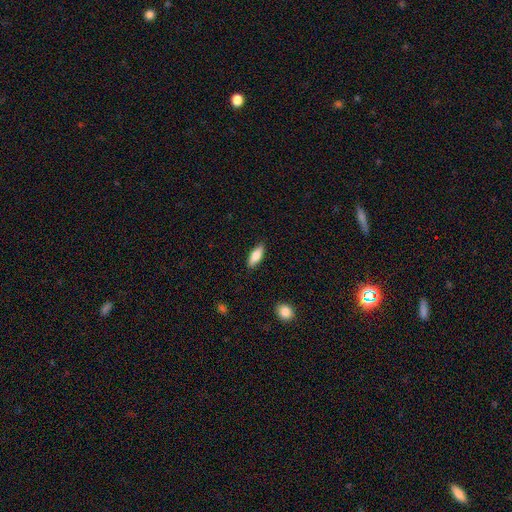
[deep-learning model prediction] Smooth or featured? Predicted: smooth (p=0.79). How rounded? Predicted: in between (p=0.65). Merging? Predicted: none (p=0.87).